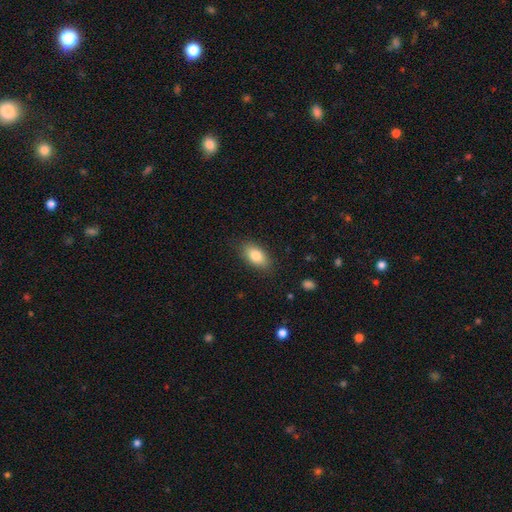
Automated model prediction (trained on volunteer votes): This is clearly a smooth galaxy (83%). How rounded: clearly in between (89%). Merging: clearly none (84%).